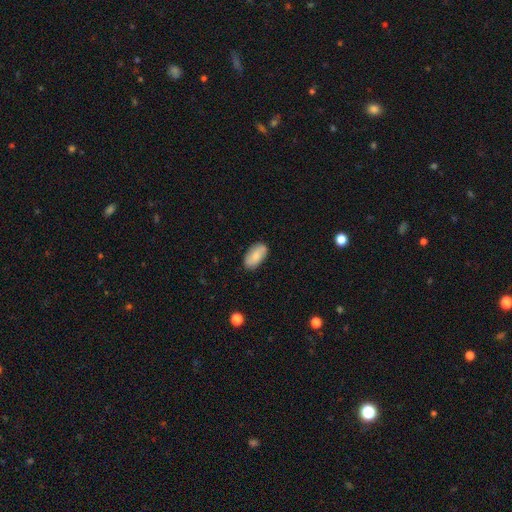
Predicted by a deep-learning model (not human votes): smooth-or-featured: smooth: 77% | featured or disk: 16% | star or artifact: 6%
  how-rounded: in between: 94% | cigar-shaped: 3% | round: 3%
  merging: none: 85% | minor disturbance: 12% | major disturbance: 2% | merger: 1%